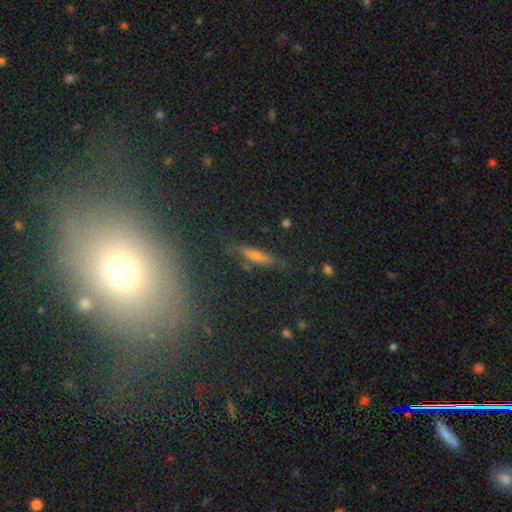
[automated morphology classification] smooth-or-featured: featured or disk: 42% | smooth: 34% | star or artifact: 24%
  merging: none: 83% | minor disturbance: 9% | major disturbance: 4% | merger: 4%